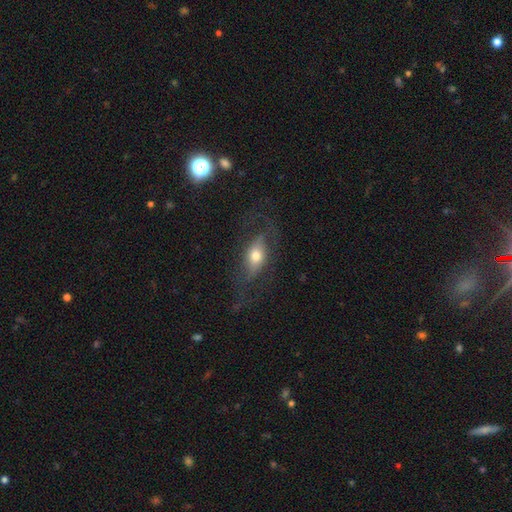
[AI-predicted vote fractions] Smooth or featured? featured or disk (48%)
Merging? none (59%)